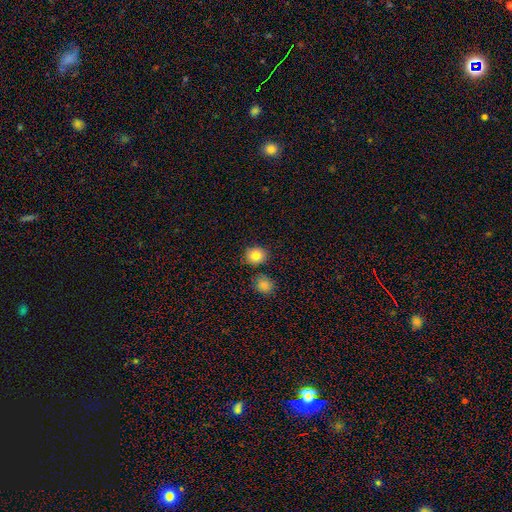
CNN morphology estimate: smooth_or_featured: smooth (p=0.82) [alt: star or artifact p=0.11]
how_rounded: round (p=0.80) [alt: in between p=0.20]
merging: none (p=0.83) [alt: minor disturbance p=0.09]